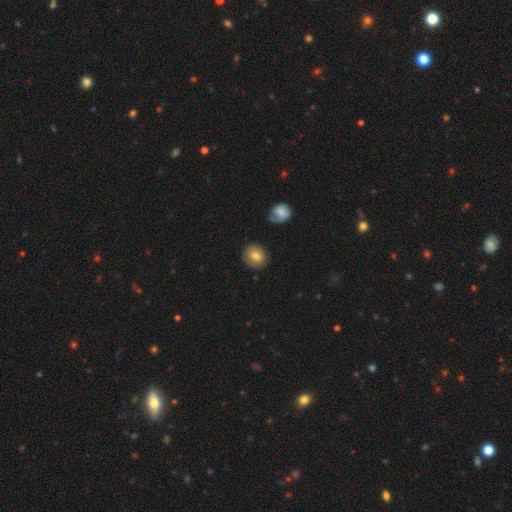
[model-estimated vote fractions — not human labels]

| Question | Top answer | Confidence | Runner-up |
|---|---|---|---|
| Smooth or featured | smooth | 76% | featured or disk (15%) |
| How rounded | round | 85% | in between (14%) |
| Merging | none | 85% | minor disturbance (10%) |